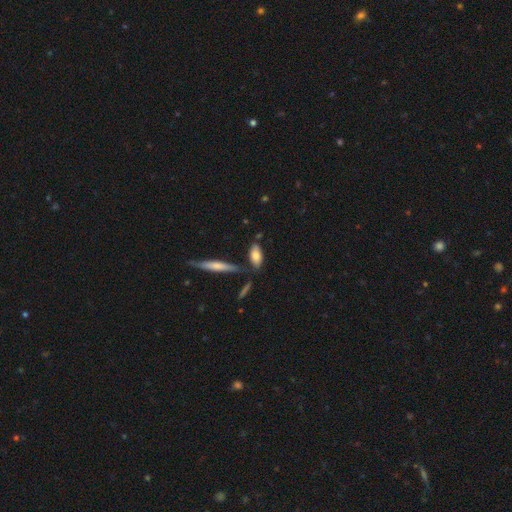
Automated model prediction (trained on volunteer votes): The model was most divided on "merging": none: 66%, minor disturbance: 16%, merger: 13%, major disturbance: 5%. More confident: smooth or featured — smooth (77%); how rounded — in between (76%).